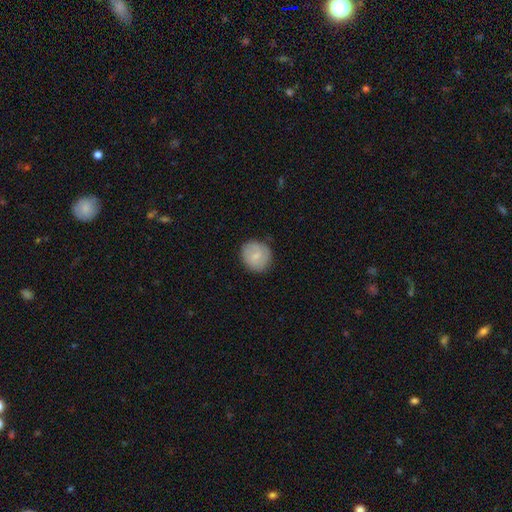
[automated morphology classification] Overall: smooth (75%). How rounded: round (86%). Merging: none (83%).